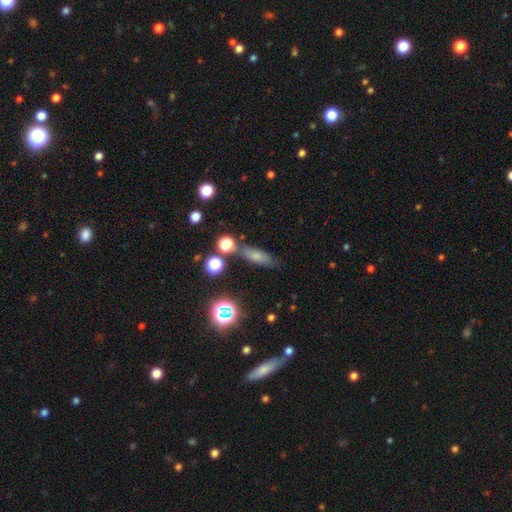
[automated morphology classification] A smooth galaxy with no disk features (64%) that is in between round and cigar-shaped (47%).

Vote fractions:
- Smooth or featured? smooth: 64% / featured or disk: 19% / star or artifact: 17%
- How rounded? in between: 47% / cigar-shaped: 44% / round: 9%
- Merging? none: 69% / minor disturbance: 15% / merger: 10% / major disturbance: 6%